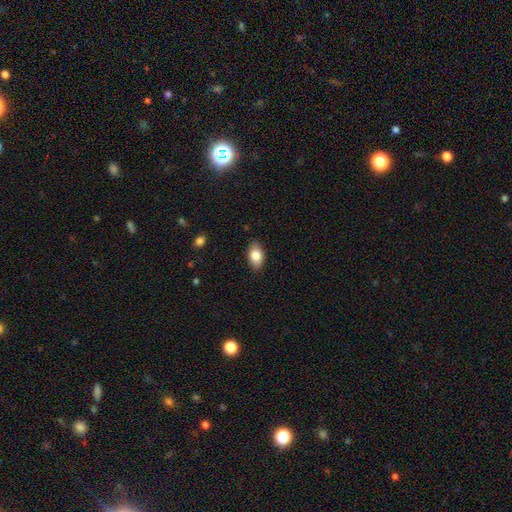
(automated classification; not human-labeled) A smooth galaxy with no disk features (82%) that is in between round and cigar-shaped (90%).

Vote fractions:
- Smooth or featured? smooth: 82% / featured or disk: 11% / star or artifact: 7%
- How rounded? in between: 90% / round: 8% / cigar-shaped: 2%
- Merging? none: 87% / minor disturbance: 10% / major disturbance: 2% / merger: 1%